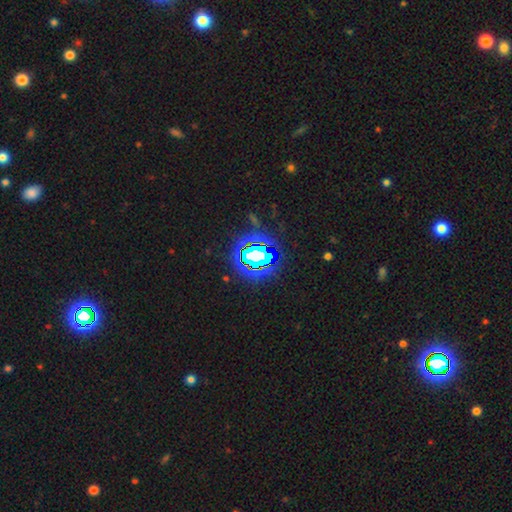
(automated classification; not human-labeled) The model was most divided on "smooth or featured": star or artifact: 72%, smooth: 14%, featured or disk: 13%.